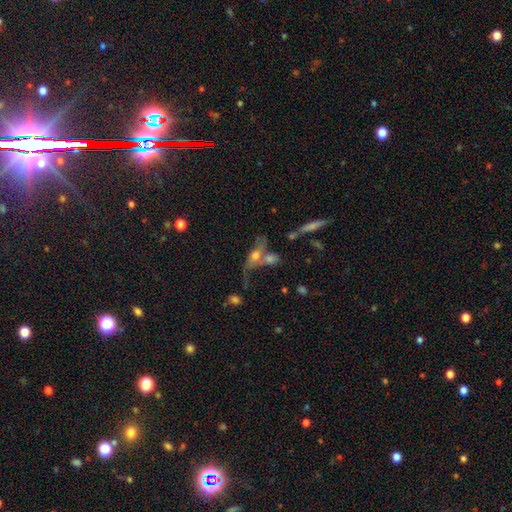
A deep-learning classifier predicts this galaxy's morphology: This is marginally a featured or disk galaxy (43%, tied with smooth). Merging: possibly merger (51%).